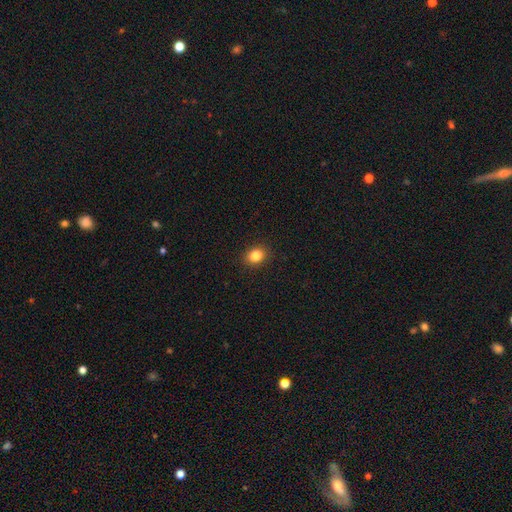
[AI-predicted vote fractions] The model was most divided on "how rounded": in between: 52%, round: 47%, cigar-shaped: 1%. More confident: merging — none (90%); smooth or featured — smooth (84%).